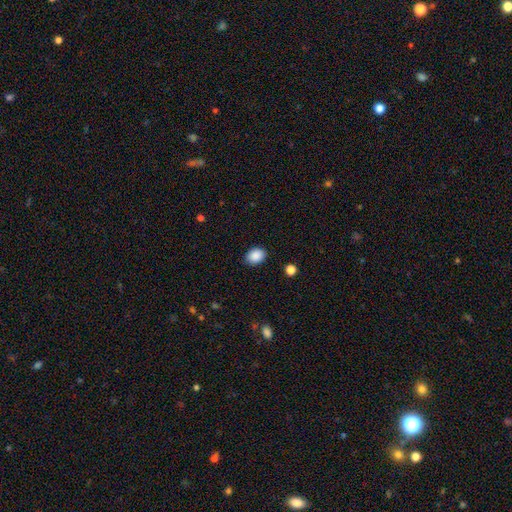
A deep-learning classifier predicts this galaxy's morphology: type=smooth (89%); roundness=in between (69%); merging=none (88%).